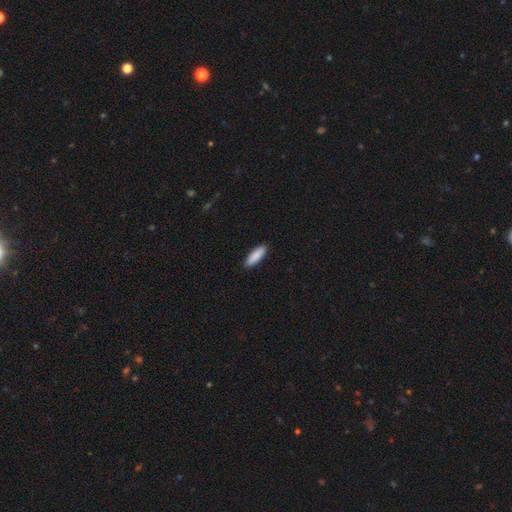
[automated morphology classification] This appears to be a smooth galaxy with no disk features (90%) that is in between round and cigar-shaped (54%). Merging: none (90%).